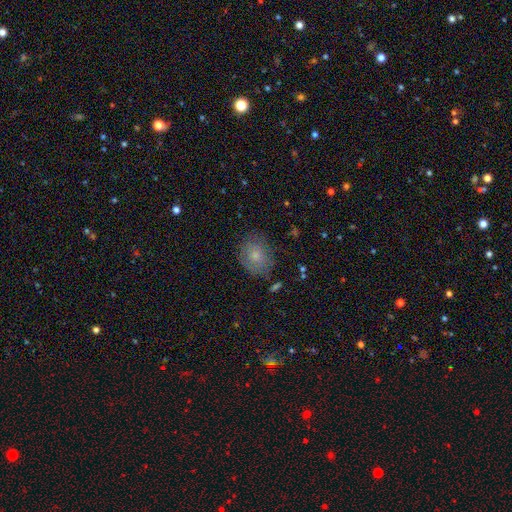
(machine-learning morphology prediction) A smooth galaxy with no disk features (73%) that is round (51%).

Vote fractions:
- Smooth or featured? smooth: 73% / featured or disk: 18% / star or artifact: 10%
- How rounded? round: 51% / in between: 48% / cigar-shaped: 1%
- Merging? none: 74% / minor disturbance: 19% / major disturbance: 5% / merger: 2%